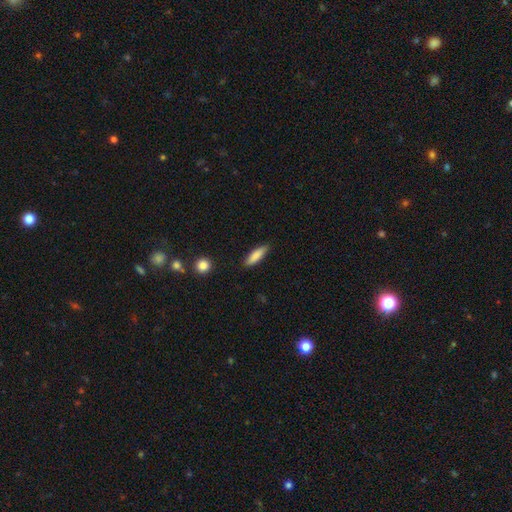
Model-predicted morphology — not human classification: Overall: smooth (83%). How rounded: cigar-shaped (57%; in between 41%). Merging: none (83%).